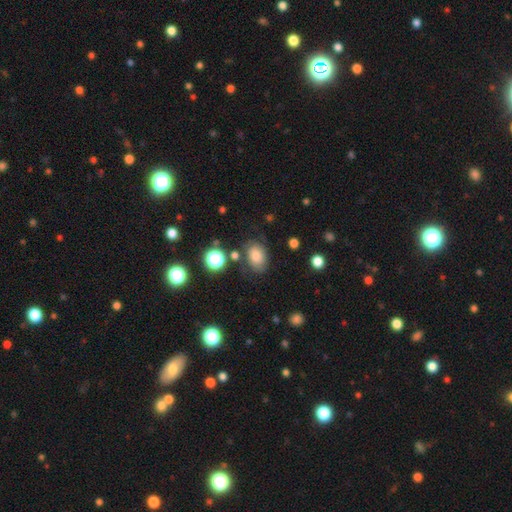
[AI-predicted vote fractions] A smooth galaxy with no disk features (71%) that is in between round and cigar-shaped (76%).

Vote fractions:
- Smooth or featured? smooth: 71% / featured or disk: 15% / star or artifact: 13%
- How rounded? in between: 76% / round: 23% / cigar-shaped: 1%
- Merging? none: 67% / minor disturbance: 20% / major disturbance: 8% / merger: 5%